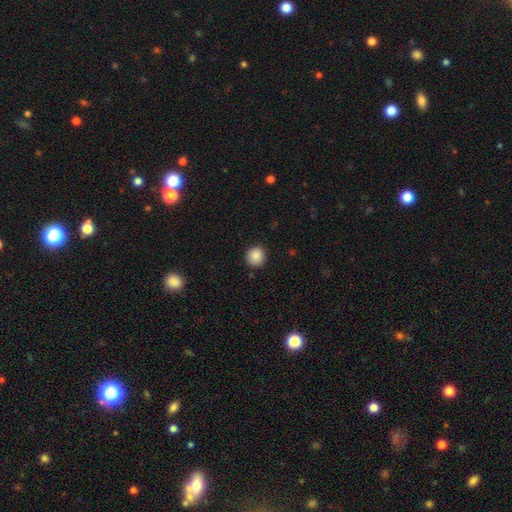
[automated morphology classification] smooth 88%, star or artifact 9%, featured or disk 3%. Down the decision tree: how rounded — round (94%); merging — none (91%).